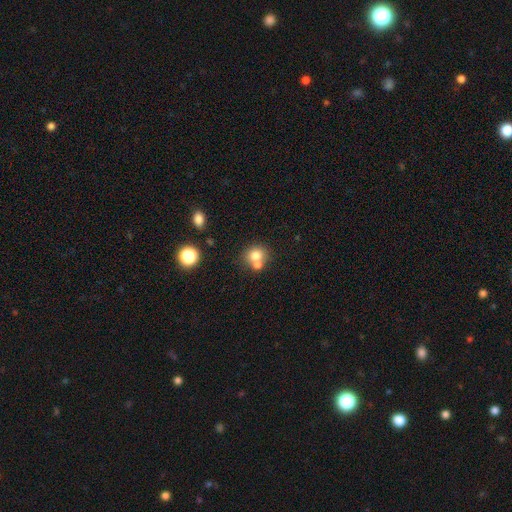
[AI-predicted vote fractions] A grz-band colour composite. It shows a smooth galaxy with no disk features (75%) that is round (76%). Merging: none (46%).